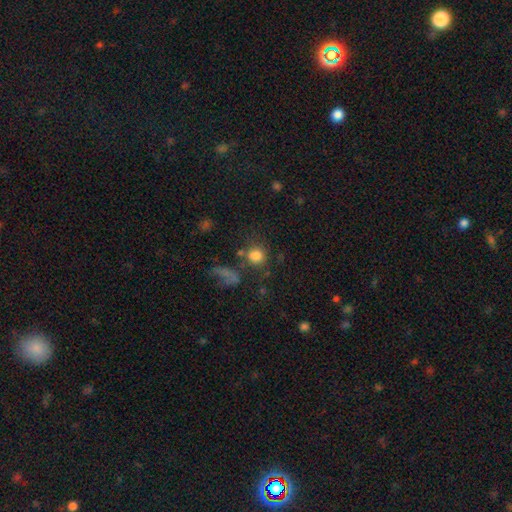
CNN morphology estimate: This appears to be a smooth galaxy with no disk features (80%) that is round (86%). Merging: none (65%).